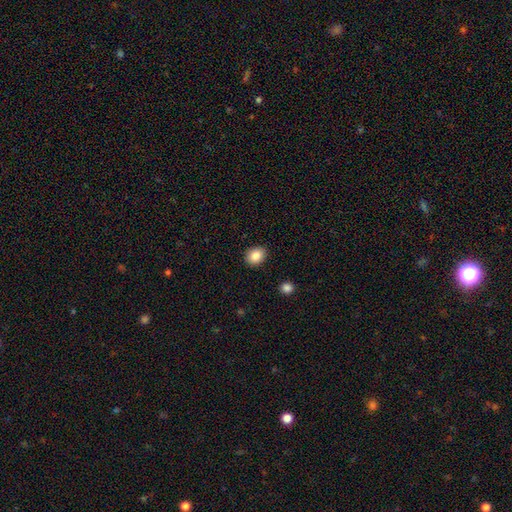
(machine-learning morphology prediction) This appears to be a smooth galaxy with no disk features (85%) that is round (50%, tied with in between). Merging: none (89%).